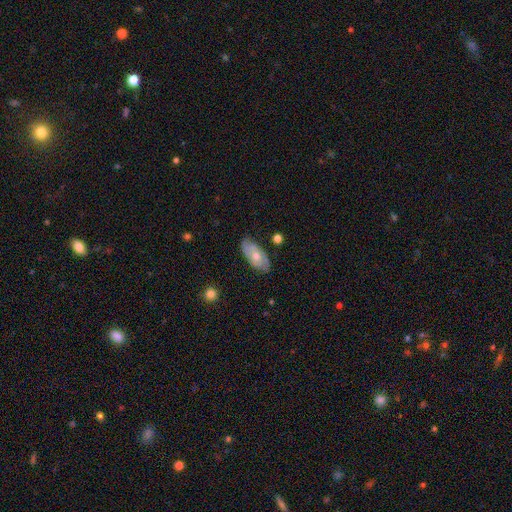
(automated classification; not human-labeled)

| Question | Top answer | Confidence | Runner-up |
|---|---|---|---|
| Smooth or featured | featured or disk | 57% | smooth (36%) |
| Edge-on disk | no | 86% | yes (14%) |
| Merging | none | 80% | minor disturbance (16%) |